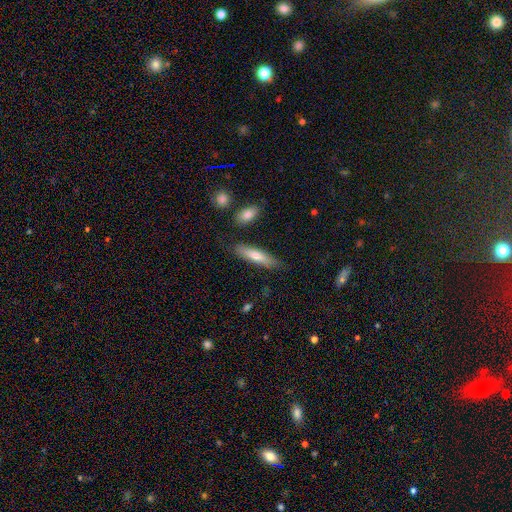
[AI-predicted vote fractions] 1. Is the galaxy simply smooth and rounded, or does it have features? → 69% smooth, 25% featured or disk, 6% star or artifact.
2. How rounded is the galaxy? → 77% cigar-shaped, 21% in between, 1% round.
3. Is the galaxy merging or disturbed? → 81% none, 13% minor disturbance, 3% merger, 3% major disturbance.